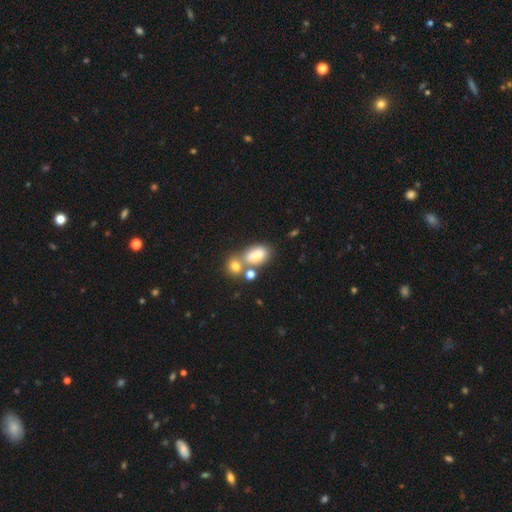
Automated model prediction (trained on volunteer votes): This is likely a smooth galaxy (77%). How rounded: clearly in between (85%). Merging: marginally none (43%).